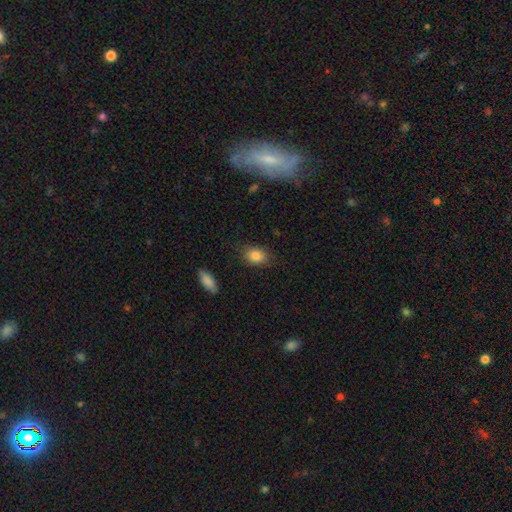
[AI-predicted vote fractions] smooth_or_featured: smooth (p=0.85) [alt: star or artifact p=0.08]
how_rounded: in between (p=0.72) [alt: round p=0.26]
merging: none (p=0.78) [alt: minor disturbance p=0.16]